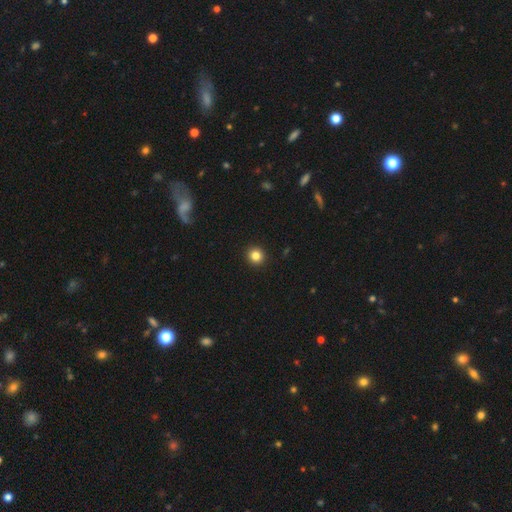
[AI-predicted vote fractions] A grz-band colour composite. It shows a smooth galaxy with no disk features (84%) that is round (93%). Merging: none (93%).